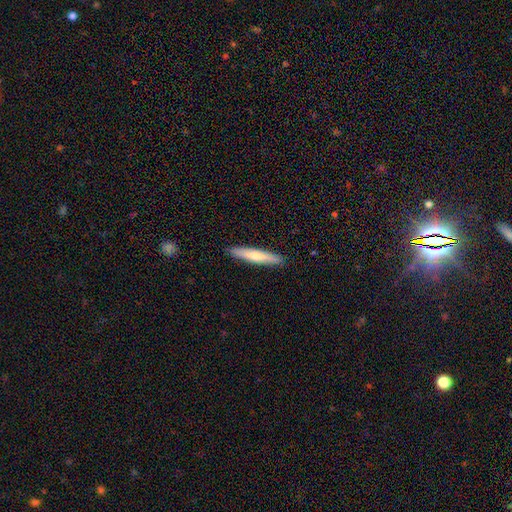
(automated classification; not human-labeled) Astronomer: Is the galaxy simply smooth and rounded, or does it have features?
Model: smooth — 66%.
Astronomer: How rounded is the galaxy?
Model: cigar-shaped — 92%.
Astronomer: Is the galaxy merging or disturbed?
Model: none — 91%.